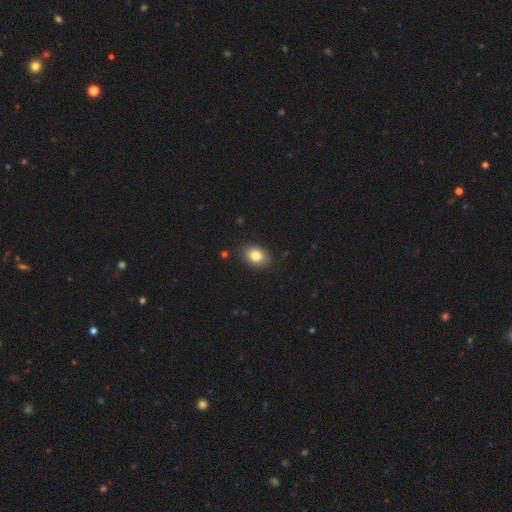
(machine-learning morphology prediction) Smooth or featured?
  - smooth: 83% *
  - star or artifact: 9%
  - featured or disk: 8%
How rounded?
  - in between: 71% *
  - round: 28%
  - cigar-shaped: 1%
Merging?
  - none: 86% *
  - minor disturbance: 10%
  - major disturbance: 2%
  - merger: 1%